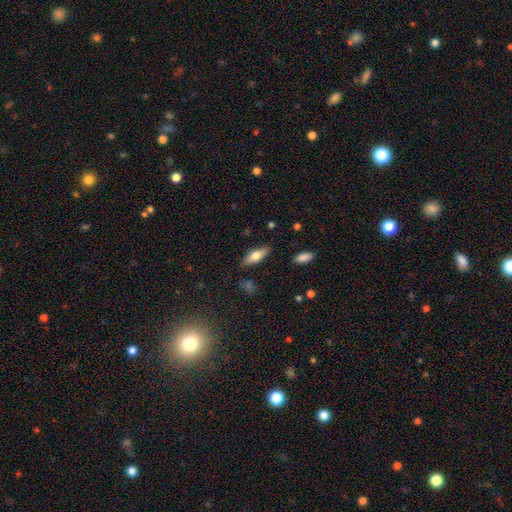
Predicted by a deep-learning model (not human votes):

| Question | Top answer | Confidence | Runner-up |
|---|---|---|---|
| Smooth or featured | smooth | 58% | featured or disk (35%) |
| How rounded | in between | 56% | cigar-shaped (42%) |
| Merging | none | 85% | minor disturbance (11%) |